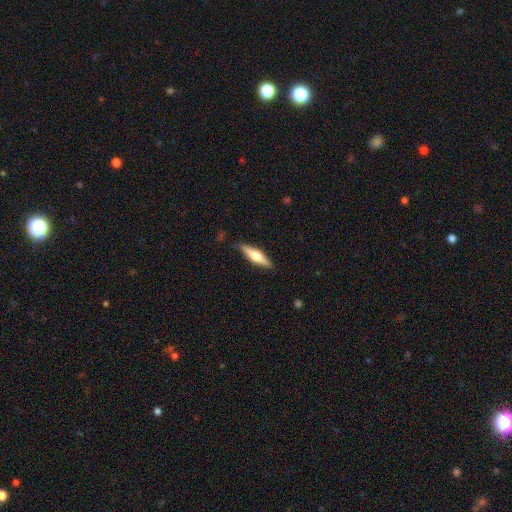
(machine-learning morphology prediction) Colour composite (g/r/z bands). It shows a smooth galaxy with no disk features (49%). Merging: none (84%).